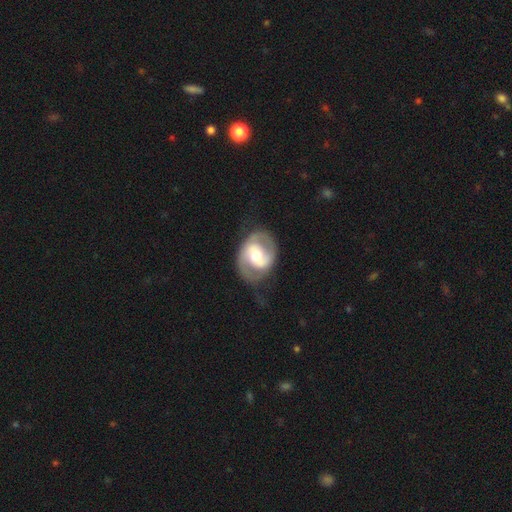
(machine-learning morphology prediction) Smooth or featured? Predicted: featured or disk (p=0.80). Edge-on disk? Predicted: no (p=0.97). Bar? Predicted: weak (p=0.43). Spiral arms? Predicted: yes (p=0.87). Spiral winding? Predicted: medium (p=0.48). Spiral arm count? Predicted: 2 (p=0.85). Bulge size? Predicted: moderate (p=0.64). Merging? Predicted: none (p=0.62).